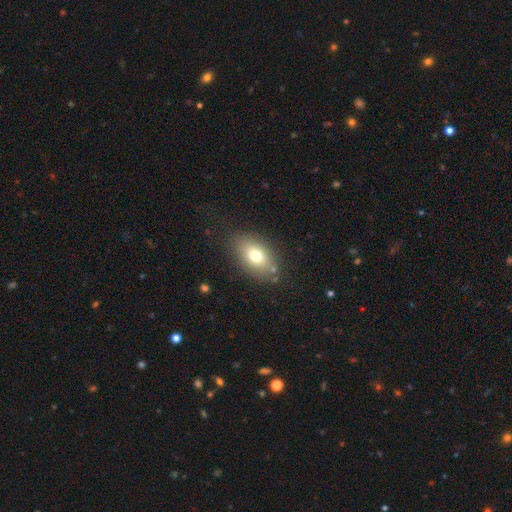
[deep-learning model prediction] This is likely a smooth galaxy (74%). How rounded: clearly in between (86%). Merging: likely none (80%).